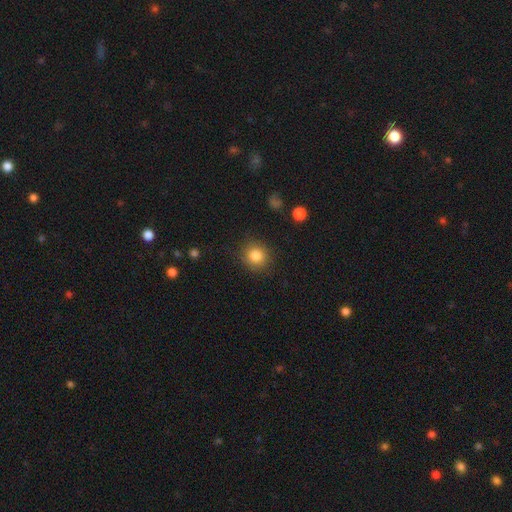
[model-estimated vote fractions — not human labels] smooth 84%, star or artifact 10%, featured or disk 6%. Down the decision tree: how rounded — round (87%); merging — none (85%).